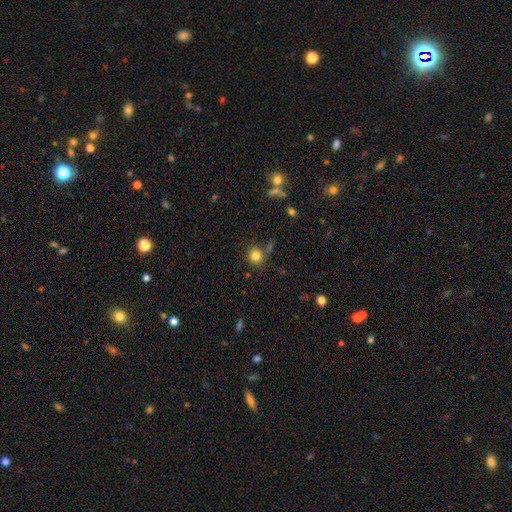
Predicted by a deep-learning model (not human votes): Smooth or featured? smooth (82%)
How rounded? round (90%)
Merging? none (72%)